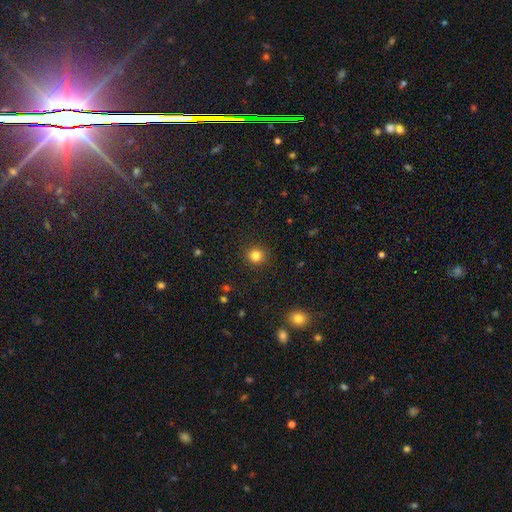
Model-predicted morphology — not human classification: smooth 83%, star or artifact 13%, featured or disk 5%. Down the decision tree: how rounded — round (90%); merging — none (90%).